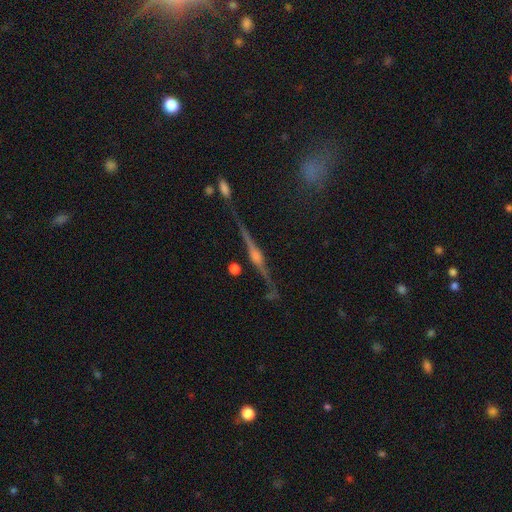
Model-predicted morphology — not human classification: This is clearly a featured or disk galaxy (85%). It is clearly viewed edge-on (97%). Edge-on bulge: clearly rounded (91%). Merging: likely none (78%).